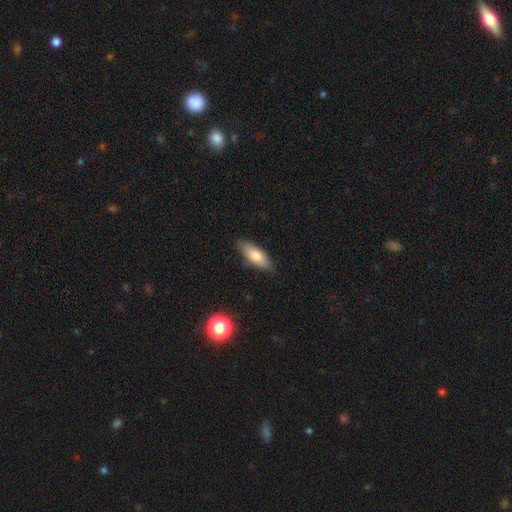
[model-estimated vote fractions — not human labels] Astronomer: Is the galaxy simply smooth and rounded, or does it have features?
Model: smooth — 76%.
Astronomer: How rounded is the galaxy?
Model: in between — 67%.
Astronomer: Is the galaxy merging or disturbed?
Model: none — 84%.